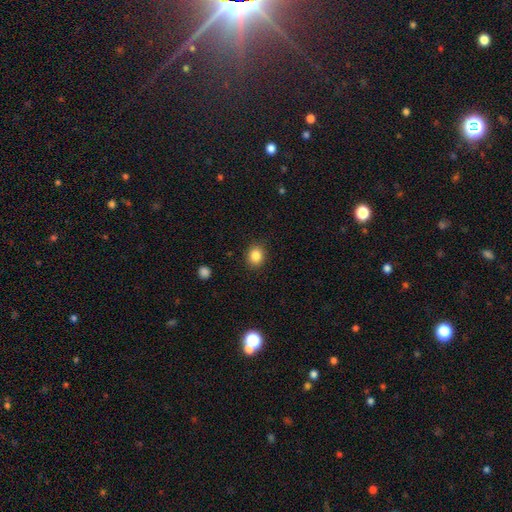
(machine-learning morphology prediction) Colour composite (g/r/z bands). It shows a smooth galaxy with no disk features (85%) that is round (66%). Merging: none (89%).